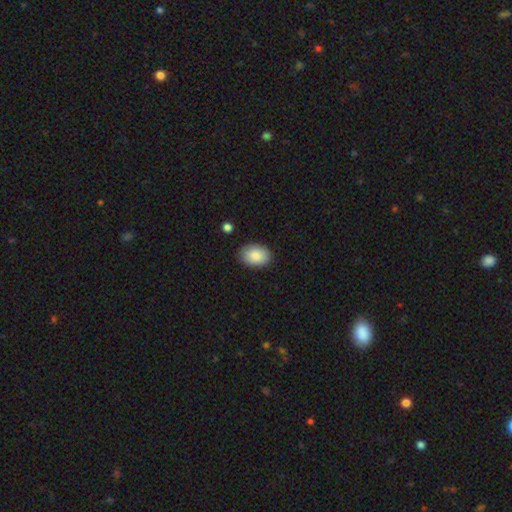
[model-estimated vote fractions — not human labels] Smooth or featured?
  - smooth: 88% *
  - star or artifact: 6%
  - featured or disk: 6%
How rounded?
  - in between: 84% *
  - round: 15%
  - cigar-shaped: 1%
Merging?
  - none: 85% *
  - minor disturbance: 11%
  - major disturbance: 2%
  - merger: 1%